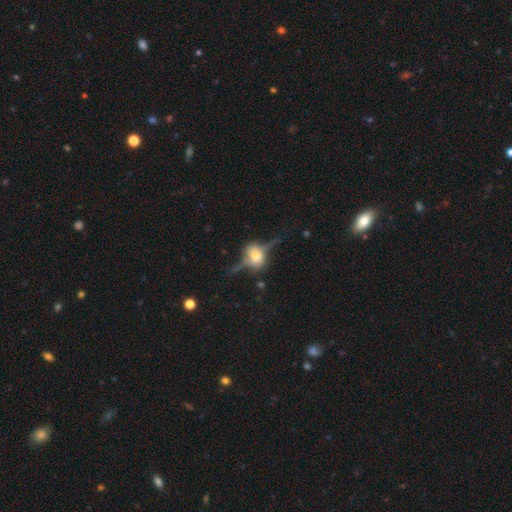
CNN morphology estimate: Smooth or featured? Predicted: featured or disk (p=0.74). Edge-on disk? Predicted: yes (p=0.89). Edge-on bulge? Predicted: rounded (p=0.94). Merging? Predicted: none (p=0.73).